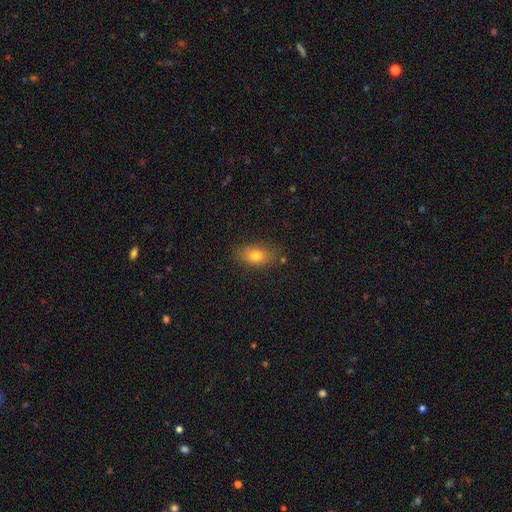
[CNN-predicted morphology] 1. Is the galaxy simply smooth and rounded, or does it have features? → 75% smooth, 14% featured or disk, 11% star or artifact.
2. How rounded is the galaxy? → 81% in between, 14% round, 5% cigar-shaped.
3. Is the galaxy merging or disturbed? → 79% none, 16% minor disturbance, 4% major disturbance, 2% merger.